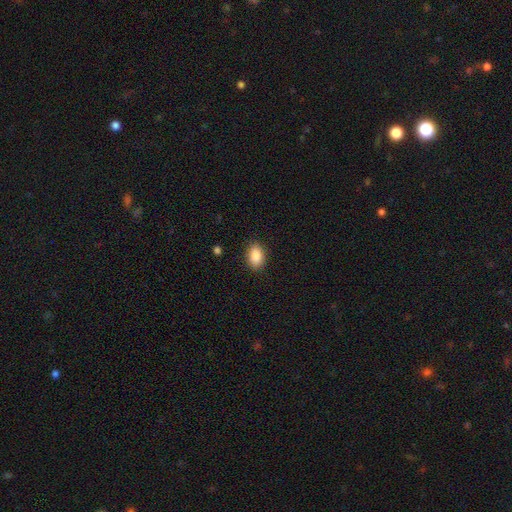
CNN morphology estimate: A smooth galaxy with no disk features (88%) that is in between round and cigar-shaped (88%). Merging: none (89%).